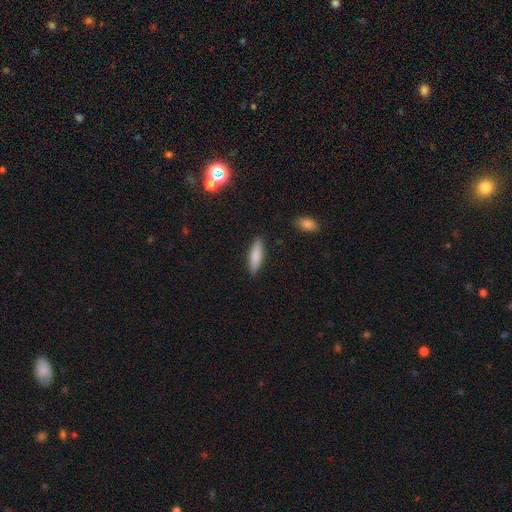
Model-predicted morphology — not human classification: Overall: smooth (82%). How rounded: cigar-shaped (70%). Merging: none (89%).